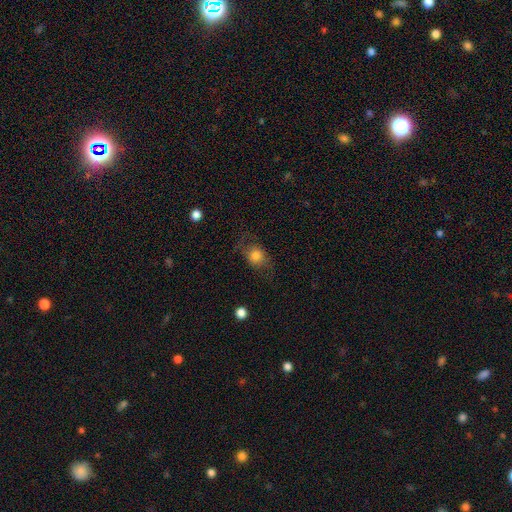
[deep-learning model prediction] smooth 69%, featured or disk 21%, star or artifact 10%. Down the decision tree: how rounded — round (51%); merging — none (61%).